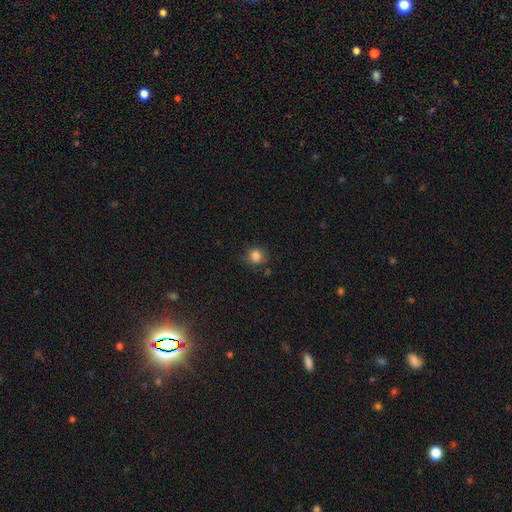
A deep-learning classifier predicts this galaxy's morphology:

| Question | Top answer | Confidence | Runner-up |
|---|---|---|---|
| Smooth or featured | smooth | 83% | star or artifact (12%) |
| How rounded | round | 78% | in between (21%) |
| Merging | none | 75% | minor disturbance (17%) |